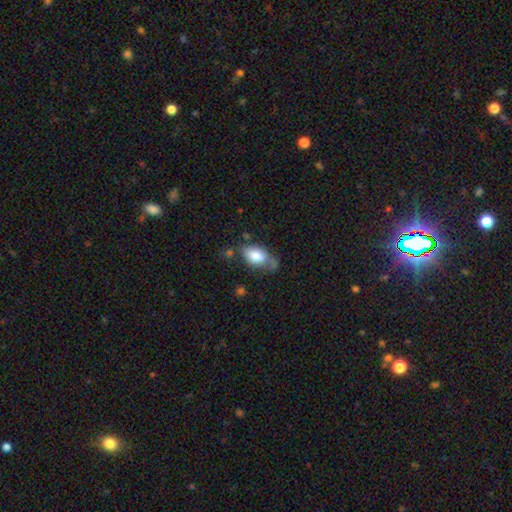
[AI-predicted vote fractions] Smooth or featured?
  - smooth: 76% *
  - featured or disk: 17%
  - star or artifact: 7%
How rounded?
  - in between: 90% *
  - round: 7%
  - cigar-shaped: 3%
Merging?
  - none: 43% *
  - minor disturbance: 33%
  - major disturbance: 16%
  - merger: 8%